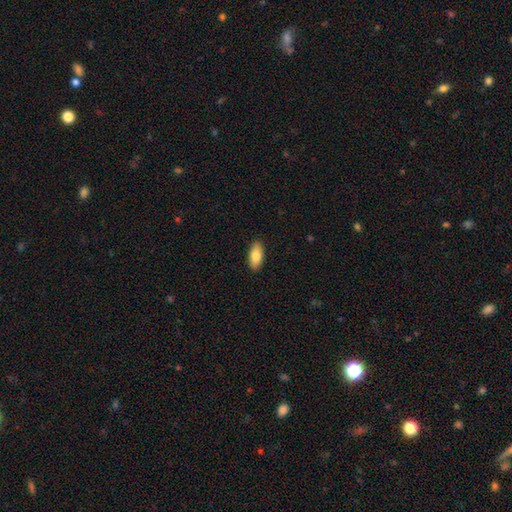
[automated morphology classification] A smooth galaxy with no disk features (83%) that is in between round and cigar-shaped (89%).

Vote fractions:
- Smooth or featured? smooth: 83% / featured or disk: 11% / star or artifact: 6%
- How rounded? in between: 89% / cigar-shaped: 9% / round: 2%
- Merging? none: 90% / minor disturbance: 7% / major disturbance: 2% / merger: 1%